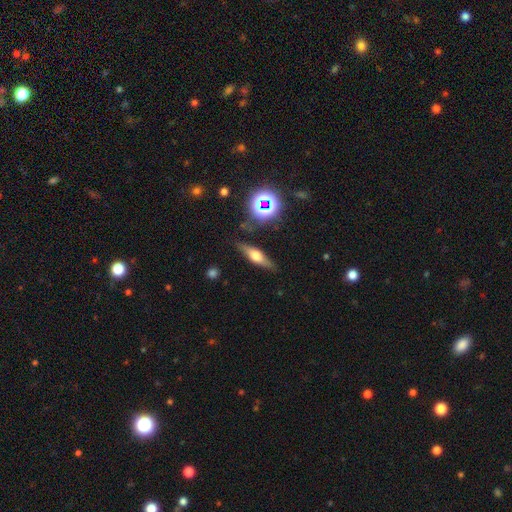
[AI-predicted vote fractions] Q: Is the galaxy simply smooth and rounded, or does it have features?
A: featured or disk — 53%.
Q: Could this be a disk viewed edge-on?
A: yes — 91%.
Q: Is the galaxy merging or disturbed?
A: none — 83%.